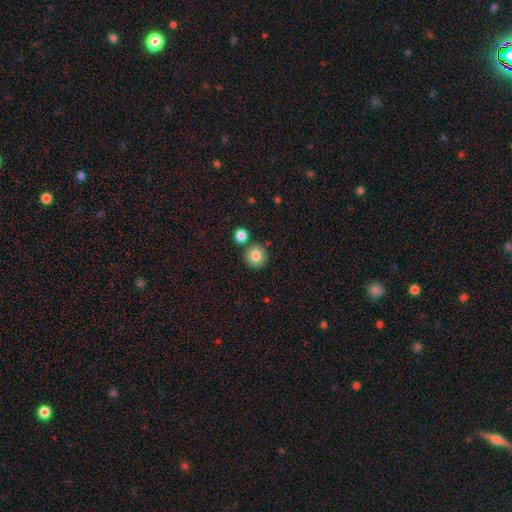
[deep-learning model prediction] smooth-or-featured: smooth: 80% | featured or disk: 10% | star or artifact: 10%
  how-rounded: round: 91% | in between: 8% | cigar-shaped: 1%
  merging: none: 79% | merger: 10% | minor disturbance: 9% | major disturbance: 2%